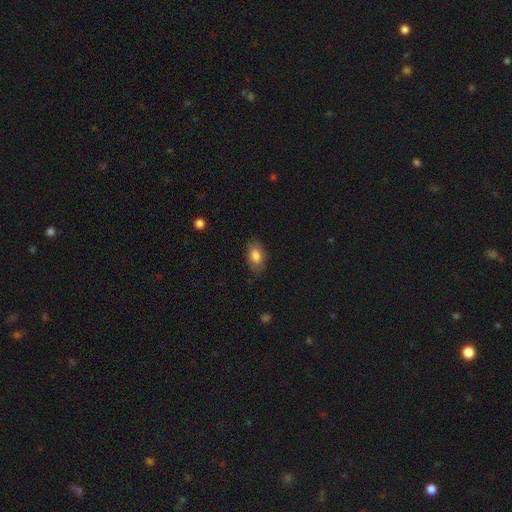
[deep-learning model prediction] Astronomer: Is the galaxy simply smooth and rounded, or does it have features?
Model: smooth — 81%.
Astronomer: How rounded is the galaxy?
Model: in between — 88%.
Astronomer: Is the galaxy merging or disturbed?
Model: none — 81%.